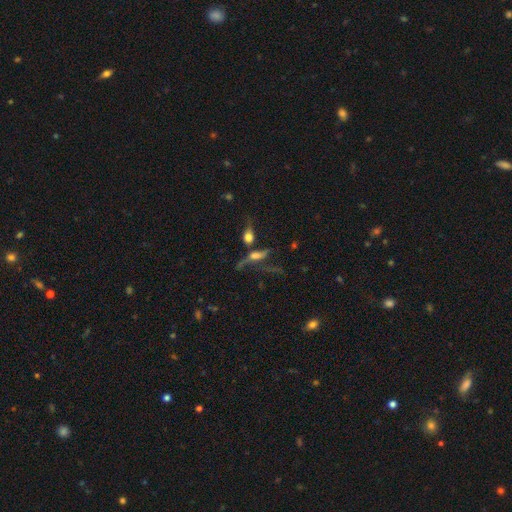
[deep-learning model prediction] Smooth or featured? featured or disk (51%)
Edge-on disk? no (52%)
Merging? merger (38%)